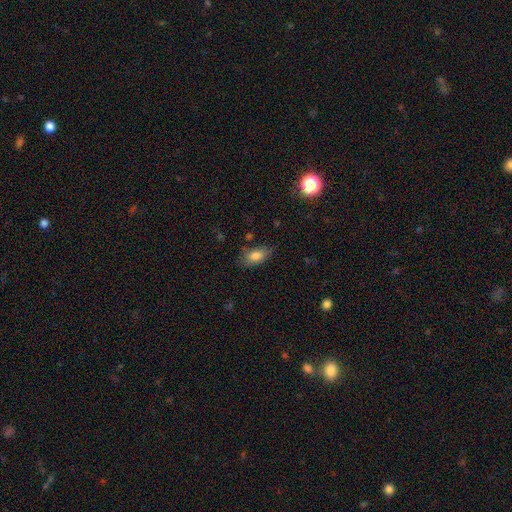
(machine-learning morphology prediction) Smooth or featured: smooth — 81% (featured or disk — 11%)
How rounded: in between — 89% (round — 6%)
Merging: none — 74% (minor disturbance — 19%)